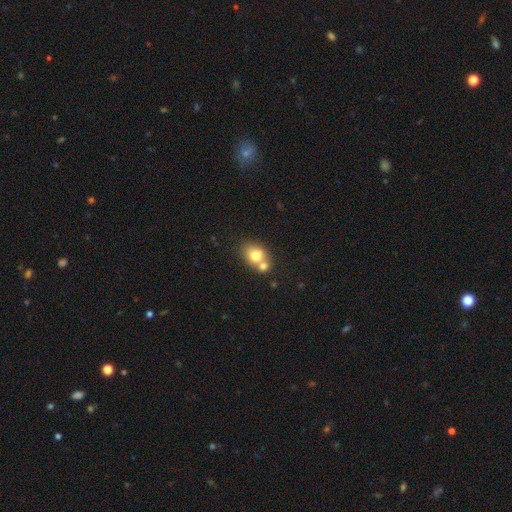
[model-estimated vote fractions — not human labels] The model was most divided on "how rounded": round: 50%, in between: 49%, cigar-shaped: 1%. Remaining: smooth or featured — smooth (74%); merging — merger (48%).